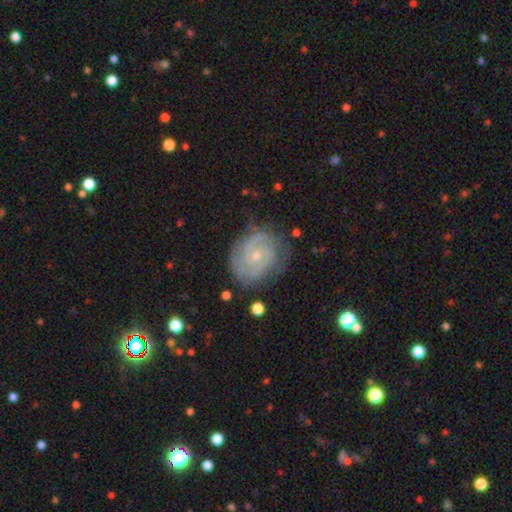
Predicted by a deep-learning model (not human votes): smooth-or-featured: featured or disk: 82% | smooth: 12% | star or artifact: 6%
  disk-edge-on: no: 98% | yes: 2%
    bar: no: 70% | weak: 26% | strong: 4%
    has-spiral-arms: yes: 94% | no: 6%
      spiral-winding: tight: 63% | medium: 29% | loose: 7%
      spiral-arm-count: 2: 44% | can't tell: 26% | 3: 16% | 4: 5% | 1: 5% | more than 4: 4%
    bulge-size: small: 72% | moderate: 24% | none: 2% | large: 1% | dominant: 1%
  merging: none: 72% | minor disturbance: 20% | major disturbance: 7% | merger: 2%